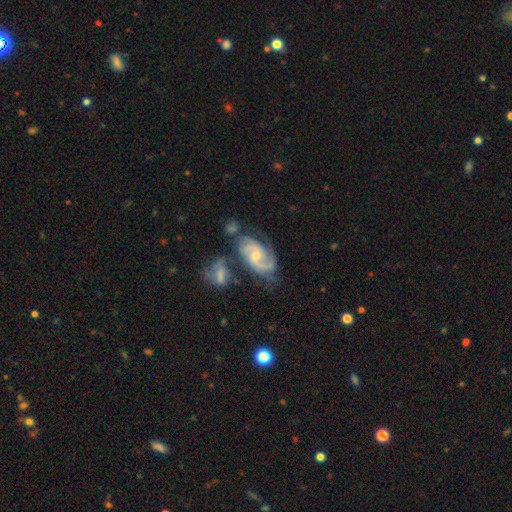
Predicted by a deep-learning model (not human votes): A featured or disk galaxy (84%) with no bar (52%), 2 (80%) medium (51%) spiral arms (96%) and a small central bulge (54%).

Vote fractions:
- Smooth or featured? featured or disk: 84% / smooth: 10% / star or artifact: 6%
- Edge-on disk? no: 97% / yes: 3%
- Bar? no: 52% / weak: 40% / strong: 8%
- Spiral arms? yes: 96% / no: 4%
- Spiral winding? medium: 51% / tight: 30% / loose: 19%
- Spiral arm count? 2: 80% / can't tell: 9% / 3: 6% / 1: 3% / 4: 2% / more than 4: 2%
- Bulge size? small: 54% / moderate: 41% / none: 3% / large: 2% / dominant: 1%
- Merging? none: 49% / merger: 22% / minor disturbance: 20% / major disturbance: 10%